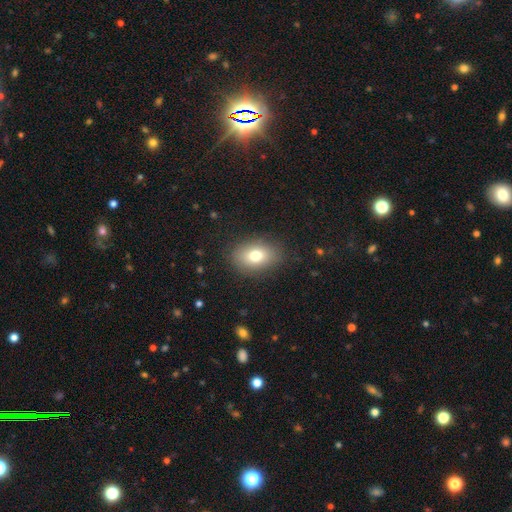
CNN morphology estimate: A smooth galaxy with no disk features (76%) that is in between round and cigar-shaped (78%). Merging: none (85%).